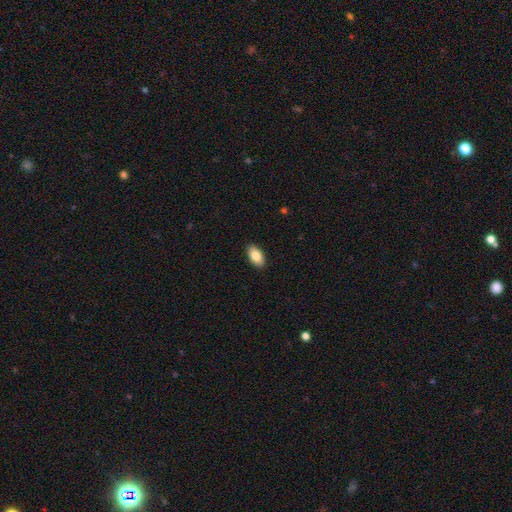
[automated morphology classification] Q: Smooth or featured?
A: smooth (84%); runner-up: featured or disk (9%)
Q: How rounded?
A: in between (94%); runner-up: round (4%)
Q: Merging?
A: none (90%); runner-up: minor disturbance (7%)